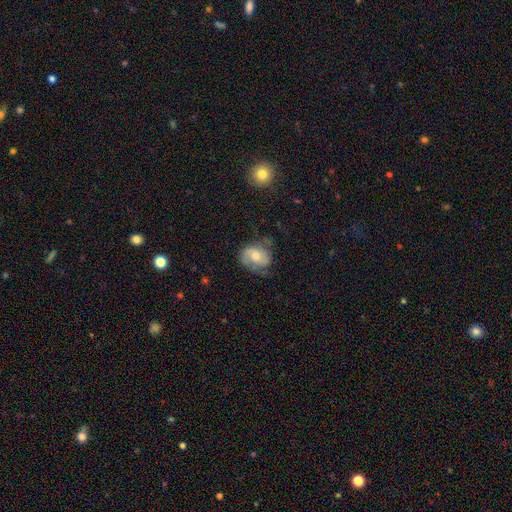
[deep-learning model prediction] smooth-or-featured: featured or disk: 50% | smooth: 42% | star or artifact: 8%
  merging: none: 55% | minor disturbance: 28% | major disturbance: 14% | merger: 2%